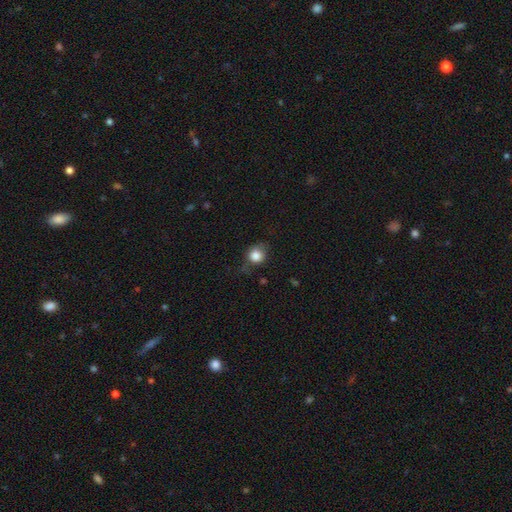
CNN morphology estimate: Smooth or featured? smooth (80%)
How rounded? round (75%)
Merging? none (60%)